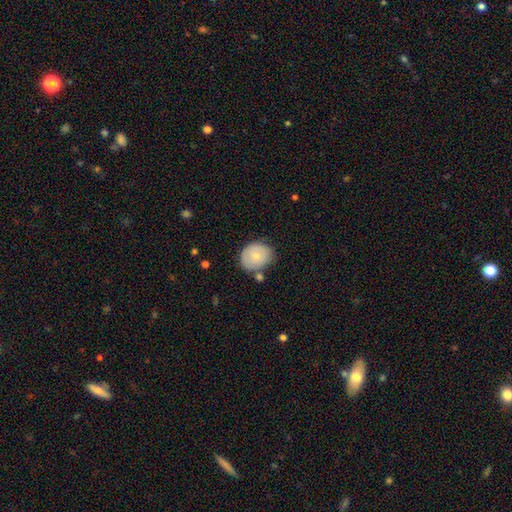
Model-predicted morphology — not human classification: A smooth galaxy with no disk features (68%) that is round (58%).

Vote fractions:
- Smooth or featured? smooth: 68% / featured or disk: 25% / star or artifact: 7%
- How rounded? round: 58% / in between: 41% / cigar-shaped: 1%
- Merging? none: 66% / minor disturbance: 22% / merger: 7% / major disturbance: 5%